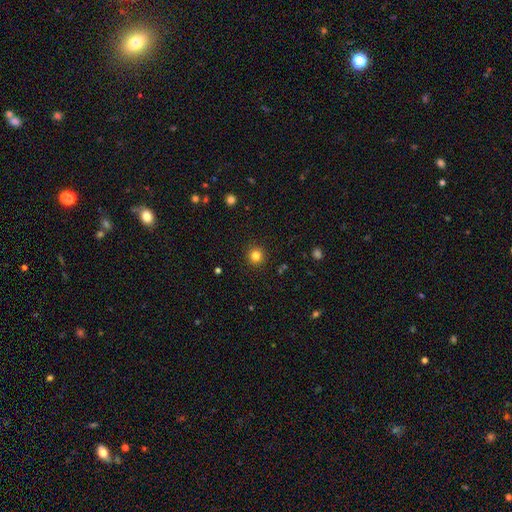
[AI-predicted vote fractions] smooth 82%, star or artifact 13%, featured or disk 5%. Down the decision tree: how rounded — round (94%); merging — none (92%).